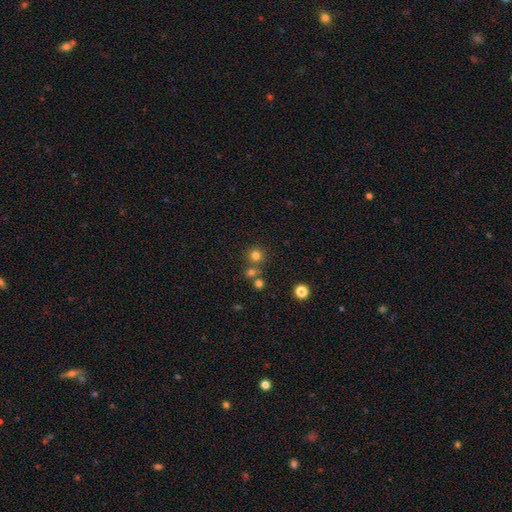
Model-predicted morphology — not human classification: smooth-or-featured: smooth: 76% | star or artifact: 18% | featured or disk: 7%
  how-rounded: round: 92% | in between: 7% | cigar-shaped: 1%
  merging: none: 72% | merger: 18% | minor disturbance: 7% | major disturbance: 3%